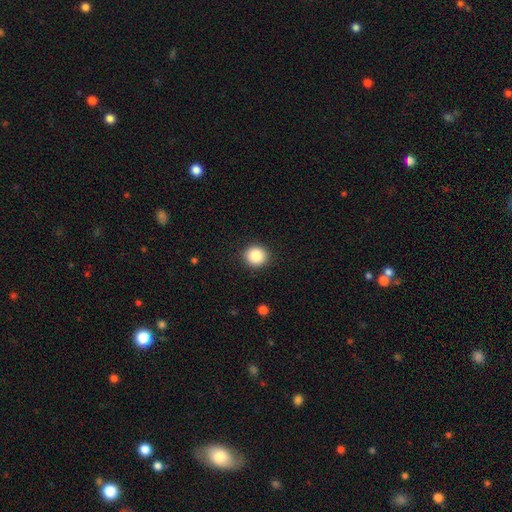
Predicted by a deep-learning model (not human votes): smooth 86%, star or artifact 9%, featured or disk 5%. Down the decision tree: how rounded — round (90%); merging — none (91%).